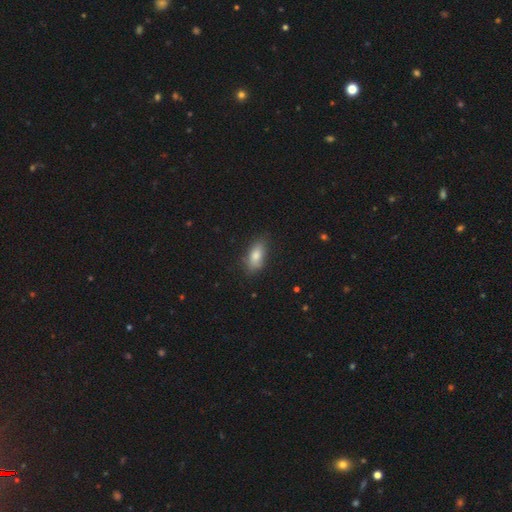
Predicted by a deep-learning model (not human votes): A smooth galaxy with no disk features (79%) that is in between round and cigar-shaped (82%).

Vote fractions:
- Smooth or featured? smooth: 79% / featured or disk: 12% / star or artifact: 8%
- How rounded? in between: 82% / cigar-shaped: 14% / round: 4%
- Merging? none: 79% / minor disturbance: 16% / major disturbance: 3% / merger: 1%